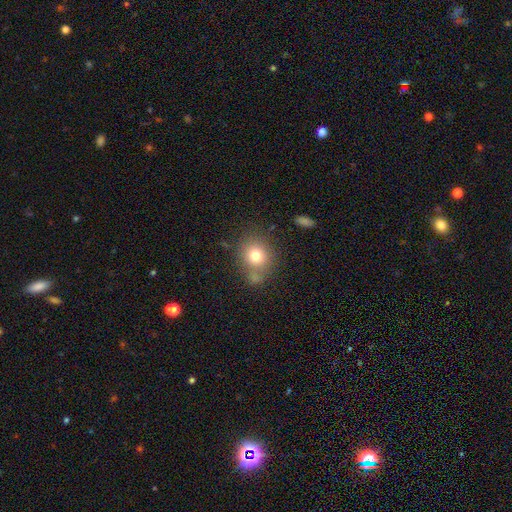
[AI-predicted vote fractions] Smooth or featured? Predicted: smooth (p=0.75). How rounded? Predicted: round (p=0.72). Merging? Predicted: none (p=0.66).